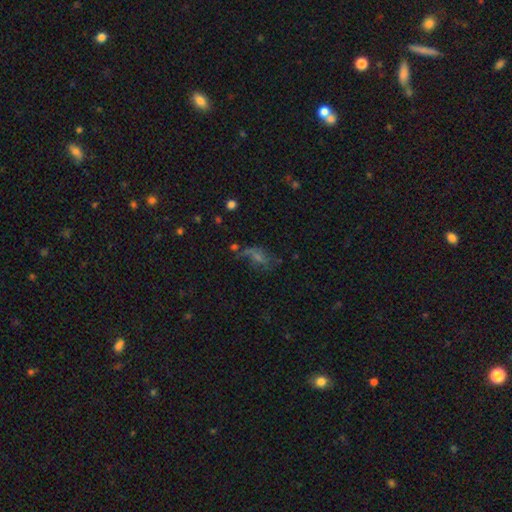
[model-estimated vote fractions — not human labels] smooth-or-featured: star or artifact: 34% (tied) | featured or disk: 34% (tied) | smooth: 32%